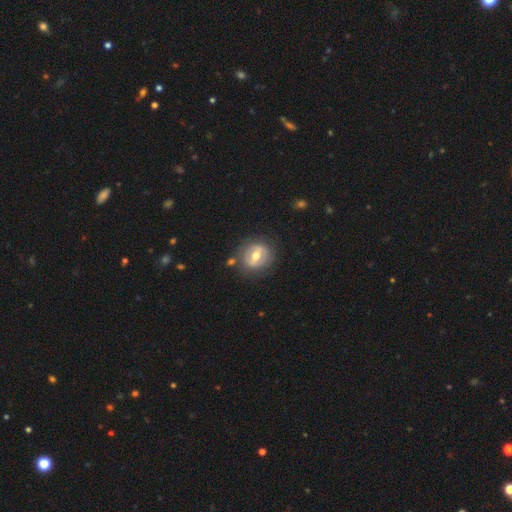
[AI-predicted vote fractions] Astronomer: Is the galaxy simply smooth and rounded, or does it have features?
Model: featured or disk — 60%.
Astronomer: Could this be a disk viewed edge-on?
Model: no — 90%.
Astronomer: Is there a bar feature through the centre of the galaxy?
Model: strong — 52% (runner-up: weak, 34%).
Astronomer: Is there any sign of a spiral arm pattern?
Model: no — 72%.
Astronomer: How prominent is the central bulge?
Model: moderate — 73%.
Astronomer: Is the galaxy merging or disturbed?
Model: none — 76%.